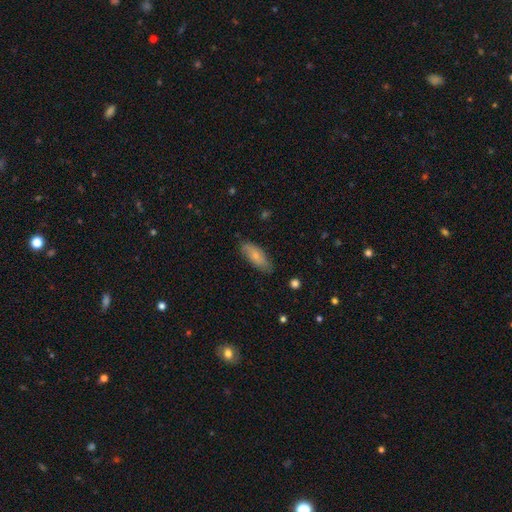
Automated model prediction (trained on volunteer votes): Morphology: type=smooth (73%); roundness=in between (75%); merging=none (79%).